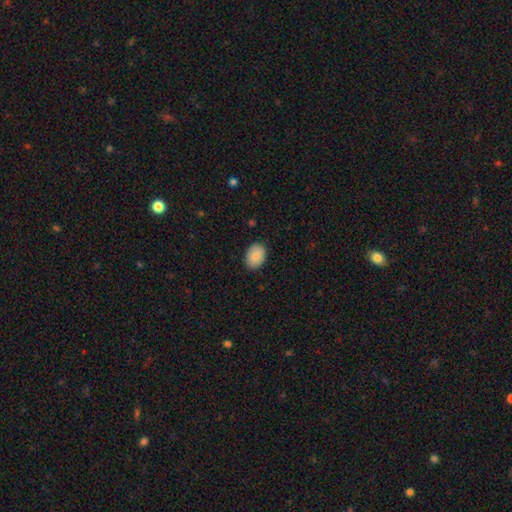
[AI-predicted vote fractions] Smooth or featured: smooth — 87% (featured or disk — 7%)
How rounded: in between — 76% (round — 23%)
Merging: none — 88% (minor disturbance — 10%)